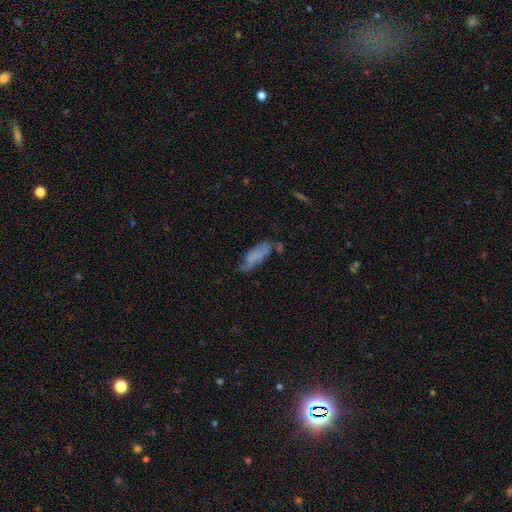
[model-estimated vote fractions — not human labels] Overall: smooth (63%; featured or disk 27%). How rounded: in between (58%; cigar-shaped 40%). Merging: none (44%; minor disturbance 29%).